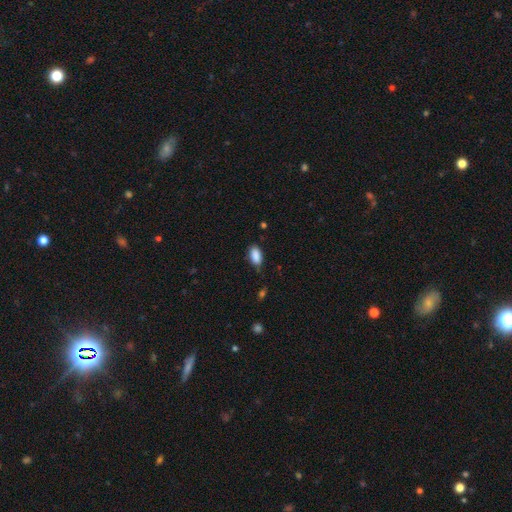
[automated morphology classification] smooth 88%, star or artifact 7%, featured or disk 4%. Down the decision tree: how rounded — in between (92%); merging — none (73%).